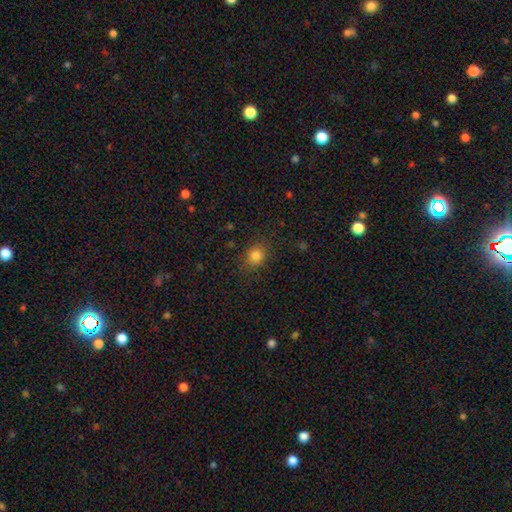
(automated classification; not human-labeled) Smooth or featured? Predicted: smooth (p=0.83). How rounded? Predicted: round (p=0.52). Merging? Predicted: none (p=0.82).